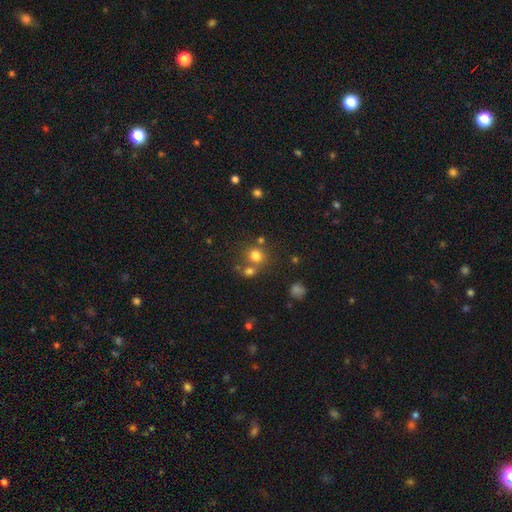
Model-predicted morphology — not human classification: Smooth or featured? Predicted: smooth (p=0.76). How rounded? Predicted: round (p=0.83). Merging? Predicted: none (p=0.60).